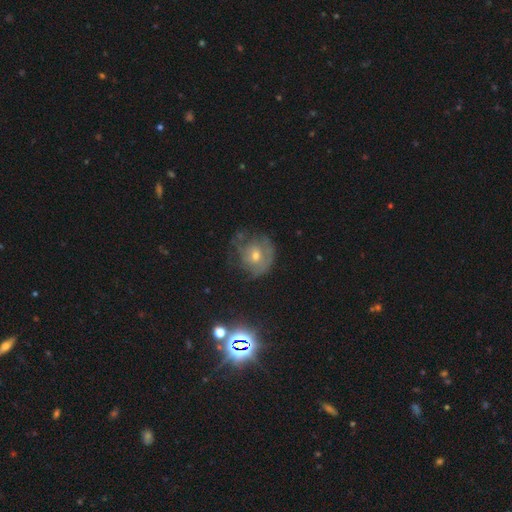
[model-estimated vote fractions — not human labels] Smooth or featured: featured or disk — 54% (smooth — 28%)
Edge-on disk: no — 96% (yes — 4%)
Bar: no — 76% (weak — 20%)
Spiral arms: yes — 62% (no — 38%)
Bulge size: small — 48% (moderate — 47%)
Merging: none — 55% (minor disturbance — 25%)